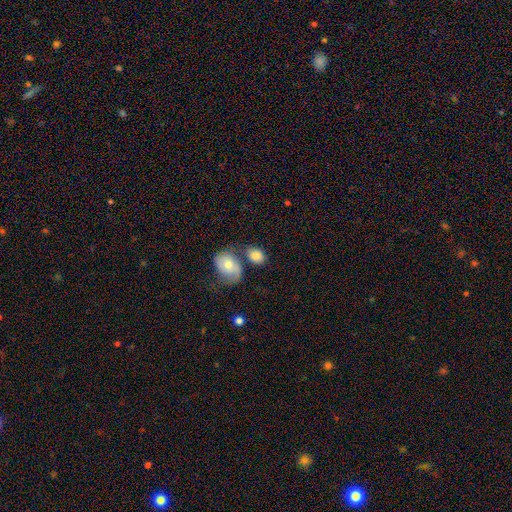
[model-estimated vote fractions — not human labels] smooth-or-featured: smooth: 78% | featured or disk: 14% | star or artifact: 8%
  how-rounded: in between: 72% | round: 27% | cigar-shaped: 1%
  merging: none: 47% | merger: 28% | minor disturbance: 17% | major disturbance: 8%